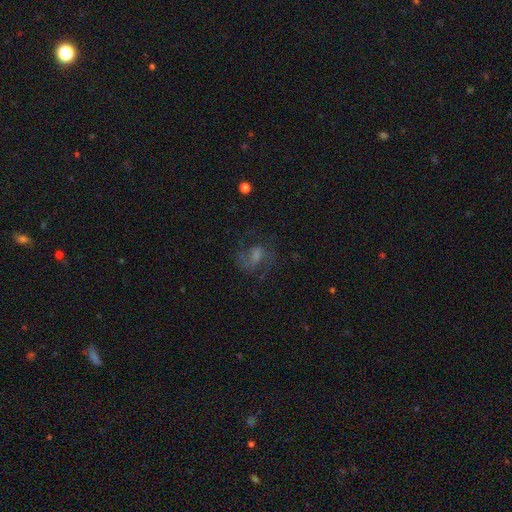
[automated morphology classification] A featured or disk galaxy (61%) with no bar (48%), spiral arms (82%) and a moderate central bulge (33%). Merging: none (56%).